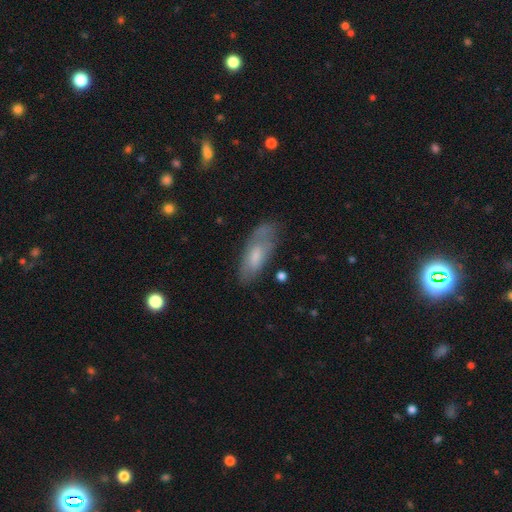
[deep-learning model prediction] smooth 57%, featured or disk 35%, star or artifact 8%. Down the decision tree: how rounded — in between (68%); merging — none (65%).